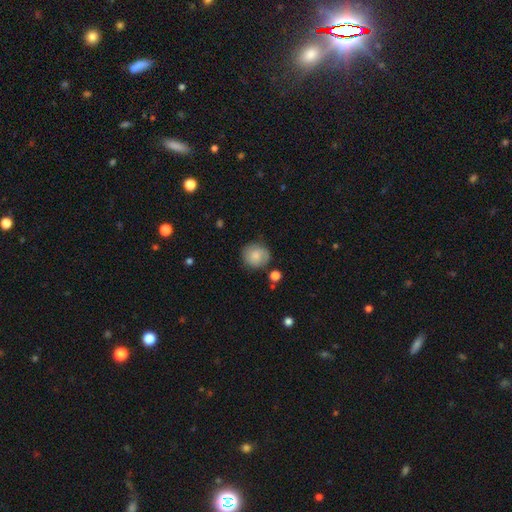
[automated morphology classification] type=smooth (75%); roundness=round (86%); merging=none (77%).